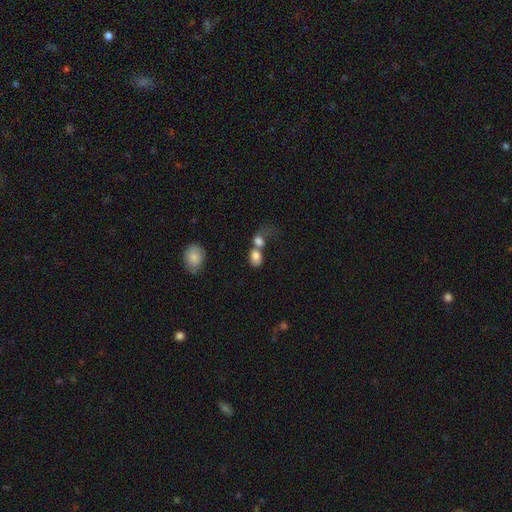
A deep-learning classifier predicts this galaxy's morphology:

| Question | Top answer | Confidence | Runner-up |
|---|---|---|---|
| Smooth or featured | smooth | 79% | featured or disk (13%) |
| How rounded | in between | 67% | round (31%) |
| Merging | merger | 61% | none (21%) |